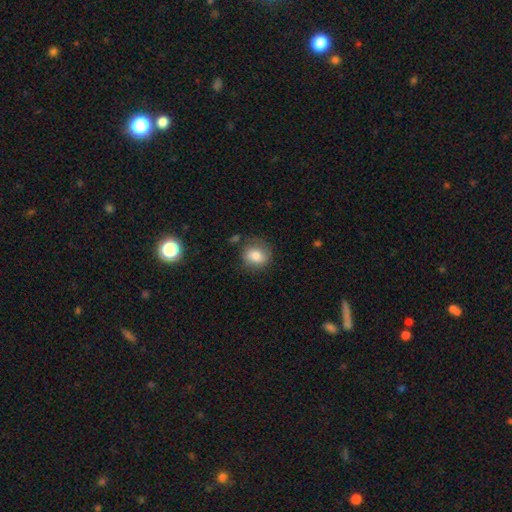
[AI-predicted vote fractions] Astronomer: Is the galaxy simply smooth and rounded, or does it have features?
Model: smooth — 79%.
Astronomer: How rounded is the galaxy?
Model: round — 74%.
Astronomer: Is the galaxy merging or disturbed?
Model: none — 74%.